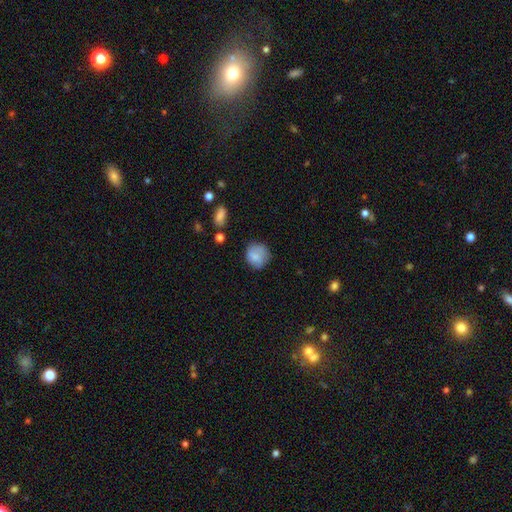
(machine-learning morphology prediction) The model was most divided on "merging": none: 66%, minor disturbance: 24%, major disturbance: 7%, merger: 3%. More confident: how rounded — round (81%); smooth or featured — smooth (79%).